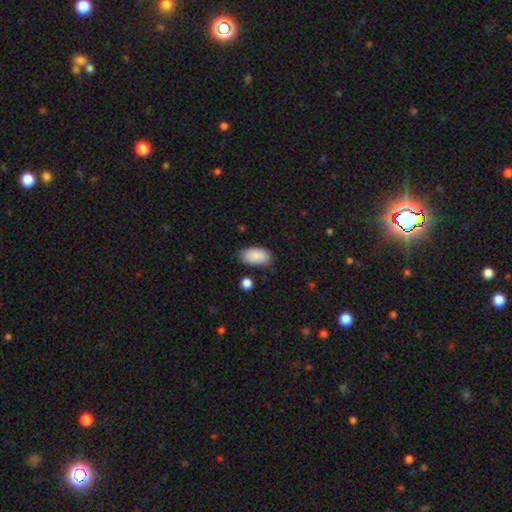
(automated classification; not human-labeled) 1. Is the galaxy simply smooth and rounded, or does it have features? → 89% smooth, 7% star or artifact, 4% featured or disk.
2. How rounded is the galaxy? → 94% in between, 4% round, 2% cigar-shaped.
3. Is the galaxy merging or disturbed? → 78% none, 16% minor disturbance, 4% major disturbance, 3% merger.